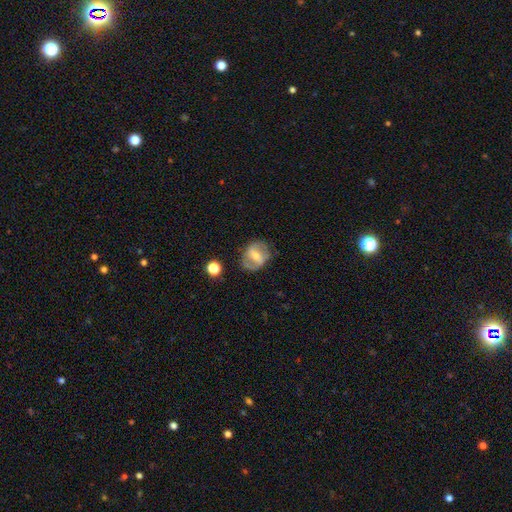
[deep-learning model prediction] Smooth or featured?
  - featured or disk: 63% *
  - smooth: 30%
  - star or artifact: 7%
Edge-on disk?
  - no: 95% *
  - yes: 5%
Bar?
  - strong: 47% *
  - weak: 37%
  - no: 15%
Spiral arms?
  - yes: 69% *
  - no: 31%
Bulge size?
  - moderate: 55% *
  - small: 38%
  - large: 4%
  - none: 3%
  - dominant: 1%
Merging?
  - none: 75% *
  - minor disturbance: 17%
  - major disturbance: 7%
  - merger: 2%